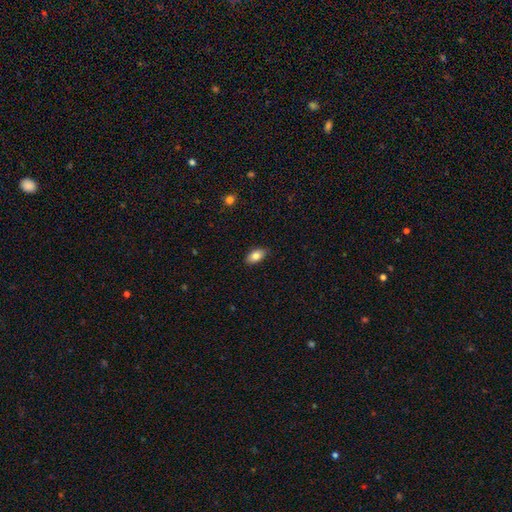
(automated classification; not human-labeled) smooth 82%, featured or disk 11%, star or artifact 7%. Down the decision tree: how rounded — in between (92%); merging — none (86%).